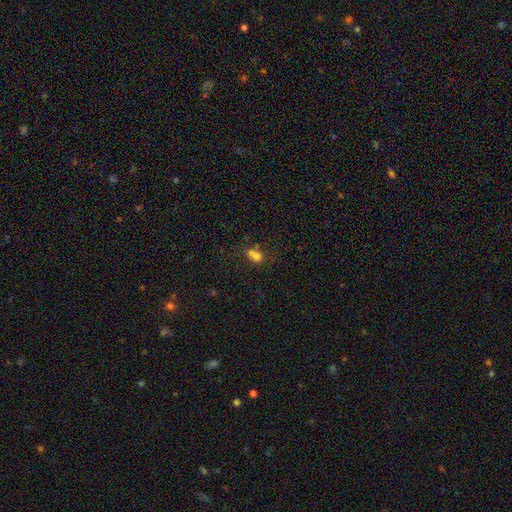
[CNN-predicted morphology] Overall: smooth (68%). How rounded: in between (49%; round 48%). Merging: merger (49%; none 32%).